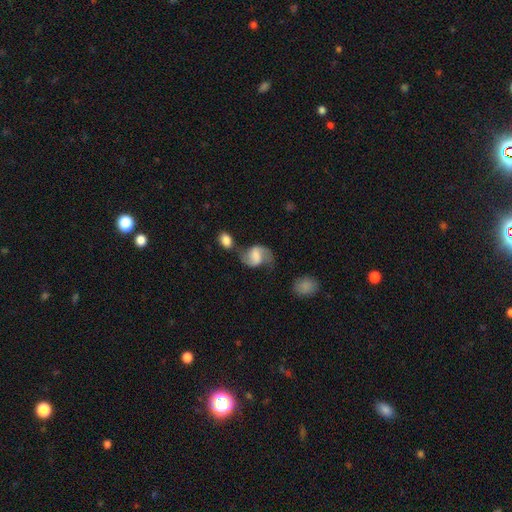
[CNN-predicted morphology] Smooth or featured?
  - featured or disk: 67% *
  - smooth: 25%
  - star or artifact: 8%
Edge-on disk?
  - no: 97% *
  - yes: 3%
Bar?
  - weak: 43% *
  - strong: 33%
  - no: 24%
Spiral arms?
  - yes: 91% *
  - no: 9%
Spiral winding?
  - loose: 50% *
  - medium: 39%
  - tight: 11%
Spiral arm count?
  - 2: 89% *
  - 1: 4%
  - can't tell: 4%
  - 3: 1%
  - 4: 1%
  - more than 4: 1%
Bulge size?
  - none: 35% *
  - moderate: 21%
  - large: 21%
  - small: 18%
  - dominant: 5%
Merging?
  - none: 49% *
  - merger: 20%
  - minor disturbance: 18%
  - major disturbance: 13%